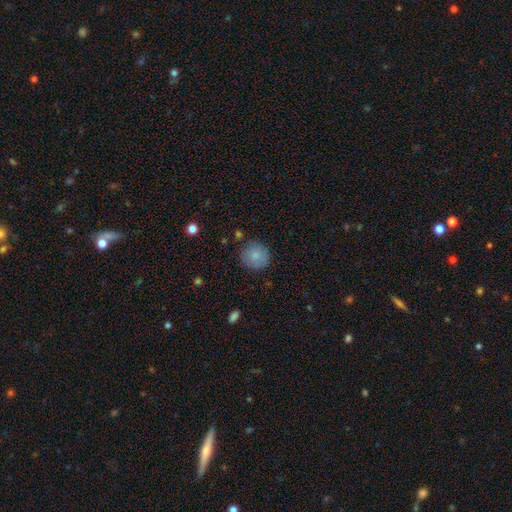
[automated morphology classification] smooth-or-featured: smooth: 84% | star or artifact: 9% | featured or disk: 8%
  how-rounded: round: 92% | in between: 7% | cigar-shaped: 1%
  merging: none: 83% | minor disturbance: 12% | major disturbance: 3% | merger: 2%